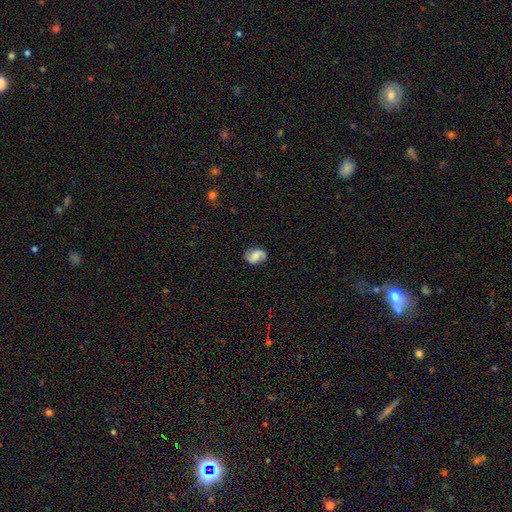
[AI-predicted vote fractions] smooth-or-featured: featured or disk: 65% | smooth: 27% | star or artifact: 8%
  disk-edge-on: no: 98% | yes: 2%
    bar: weak: 44% | no: 43% | strong: 14%
    has-spiral-arms: yes: 94% | no: 6%
      spiral-winding: loose: 46% | medium: 38% | tight: 16%
      spiral-arm-count: 2: 90% | can't tell: 4% | 1: 3% | 3: 1% | 4: 1% | more than 4: 1%
    bulge-size: moderate: 37% | small: 28% | none: 20% | large: 12% | dominant: 2%
  merging: none: 82% | minor disturbance: 13% | major disturbance: 4% | merger: 1%